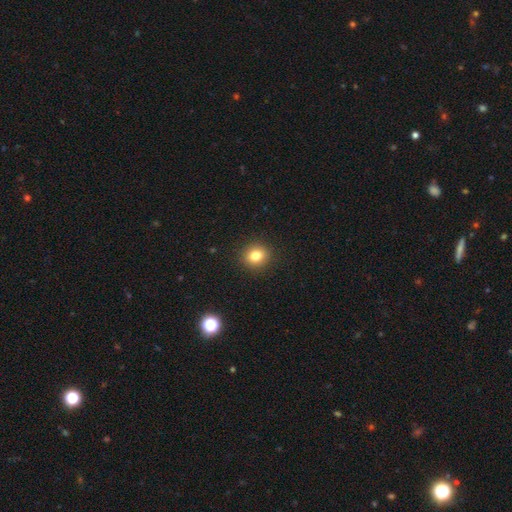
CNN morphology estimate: The model was most divided on "how rounded": round: 79%, in between: 20%, cigar-shaped: 1%. More confident: merging — none (91%); smooth or featured — smooth (81%).